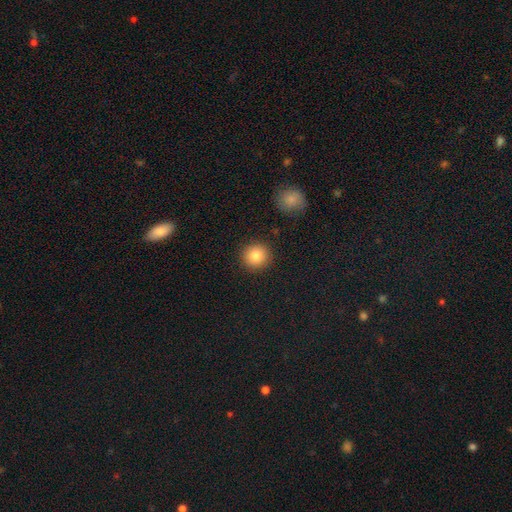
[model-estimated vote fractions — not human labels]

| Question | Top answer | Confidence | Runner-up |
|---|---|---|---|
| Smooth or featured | smooth | 84% | star or artifact (9%) |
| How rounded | round | 93% | in between (6%) |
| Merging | none | 90% | minor disturbance (6%) |